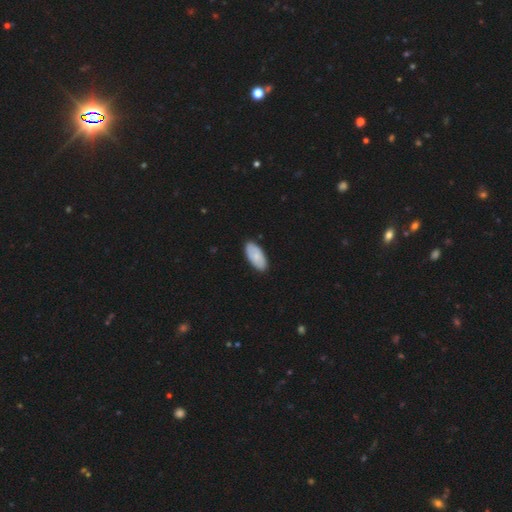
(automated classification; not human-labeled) smooth_or_featured: smooth (p=0.74) [alt: featured or disk p=0.21]
how_rounded: in between (p=0.92) [alt: cigar-shaped p=0.06]
merging: none (p=0.87) [alt: minor disturbance p=0.11]